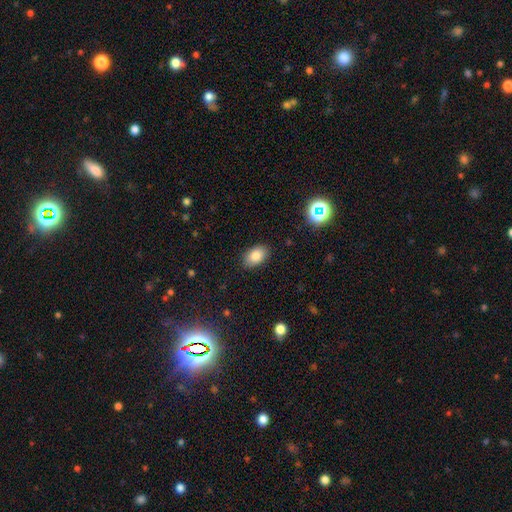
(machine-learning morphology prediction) Overall: smooth (85%). How rounded: in between (89%). Merging: none (86%).